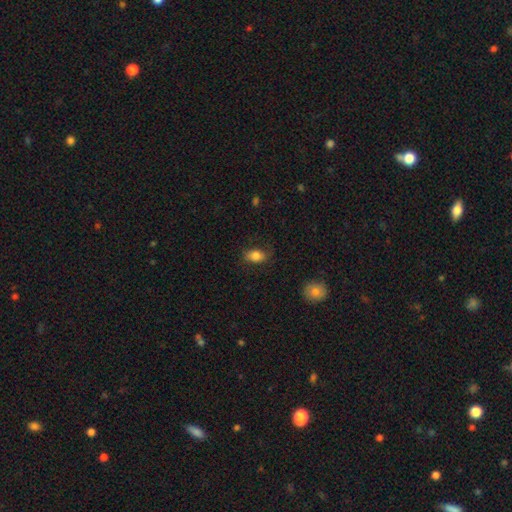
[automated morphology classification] The model was most divided on "merging": none: 74%, minor disturbance: 19%, major disturbance: 6%, merger: 1%. More confident: smooth or featured — smooth (83%); how rounded — in between (82%).